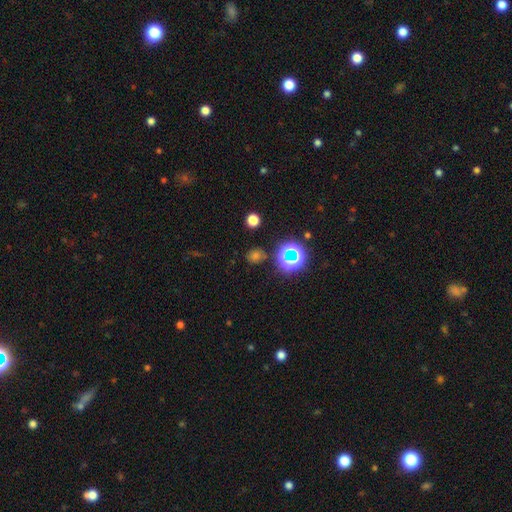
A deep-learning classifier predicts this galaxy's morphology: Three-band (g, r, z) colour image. It shows a smooth galaxy with no disk features (49%). Merging: none (82%).